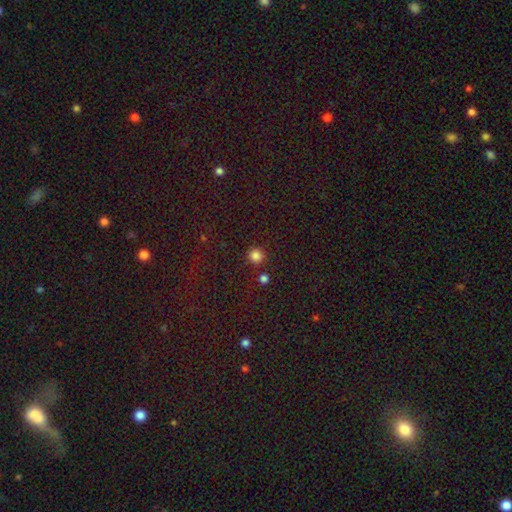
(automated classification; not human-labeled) A smooth galaxy with no disk features (83%) that is round (93%). Merging: none (87%).